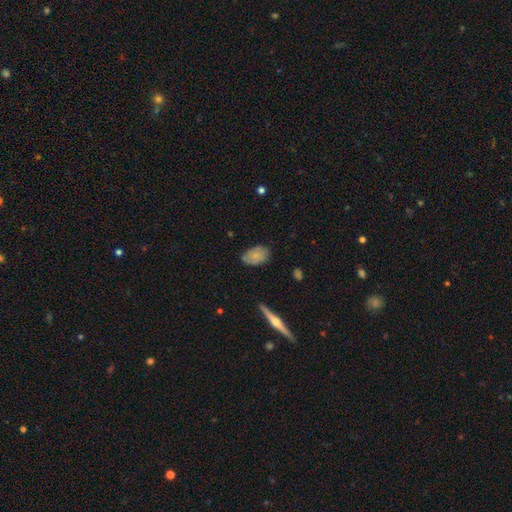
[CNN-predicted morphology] This appears to be a smooth galaxy with no disk features (72%) that is in between round and cigar-shaped (91%). Merging: none (72%).